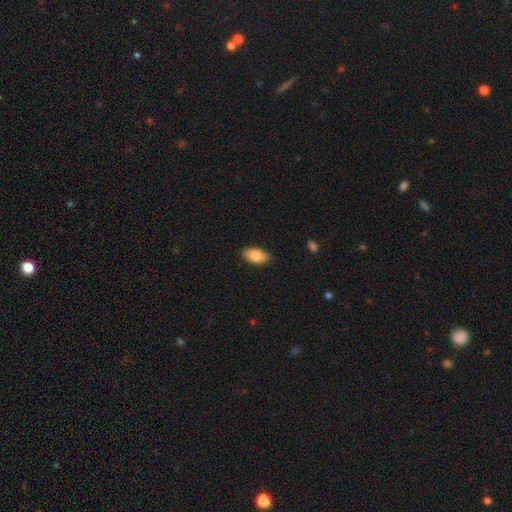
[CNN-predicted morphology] This is clearly a smooth galaxy (83%). How rounded: clearly in between (93%). Merging: clearly none (86%).